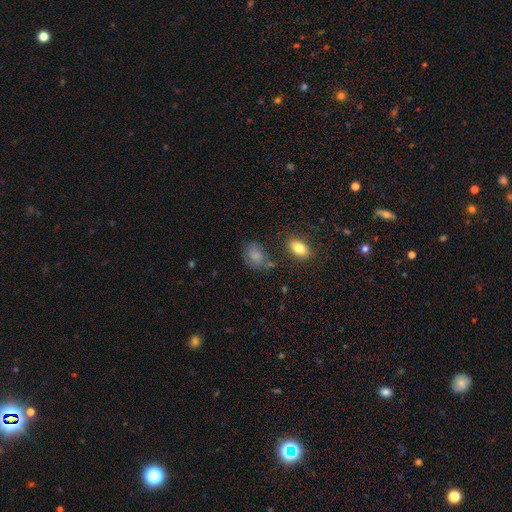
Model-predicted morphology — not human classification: A smooth galaxy with no disk features (81%) that is in between round and cigar-shaped (69%). Merging: none (58%).